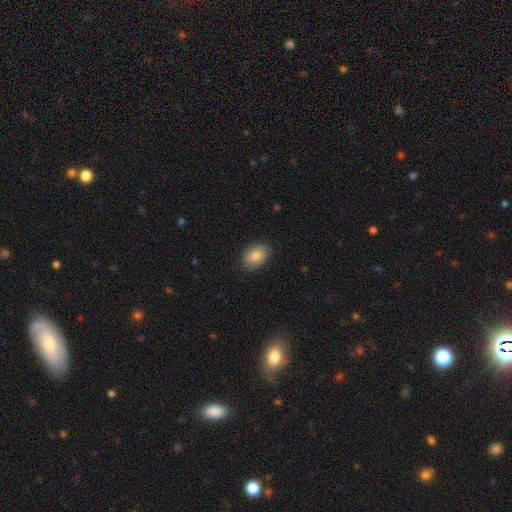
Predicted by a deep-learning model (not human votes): smooth_or_featured: smooth (p=0.87) [alt: star or artifact p=0.07]
how_rounded: in between (p=0.84) [alt: round p=0.15]
merging: none (p=0.86) [alt: minor disturbance p=0.11]